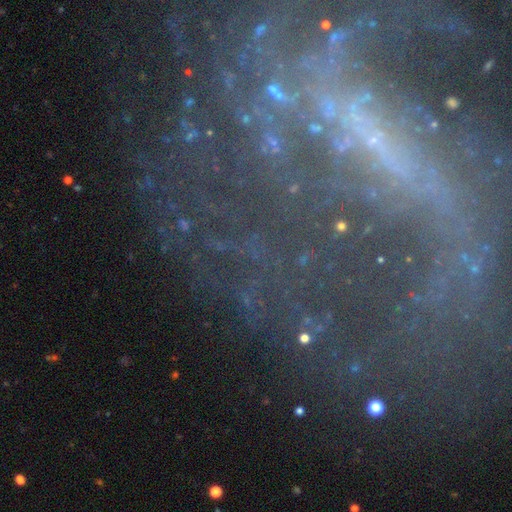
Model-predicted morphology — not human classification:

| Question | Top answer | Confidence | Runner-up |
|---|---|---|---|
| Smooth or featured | featured or disk | 64% | star or artifact (26%) |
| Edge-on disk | no | 88% | yes (12%) |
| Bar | strong | 38% | no (34%) |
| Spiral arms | yes | 72% | no (28%) |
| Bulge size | small | 54% | none (28%) |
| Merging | none | 62% | major disturbance (18%) |